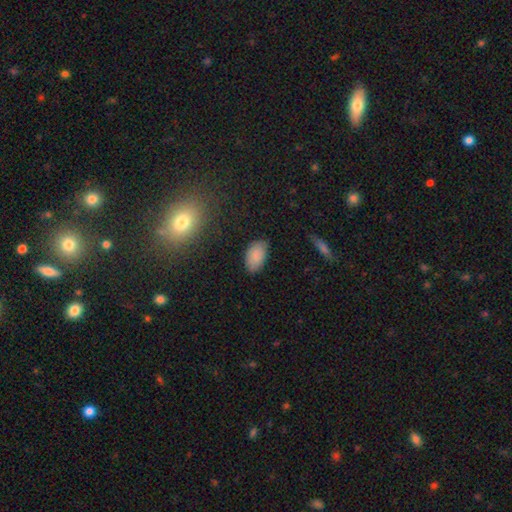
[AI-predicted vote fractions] smooth 86%, star or artifact 8%, featured or disk 6%. Down the decision tree: how rounded — in between (94%); merging — none (78%).